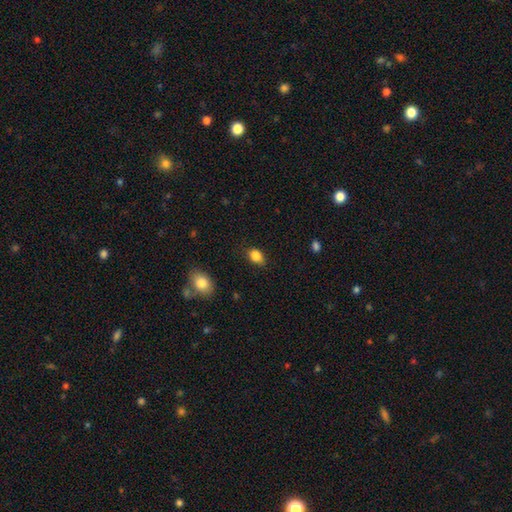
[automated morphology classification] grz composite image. It shows a smooth galaxy with no disk features (85%) that is in between round and cigar-shaped (77%). Merging: none (79%).